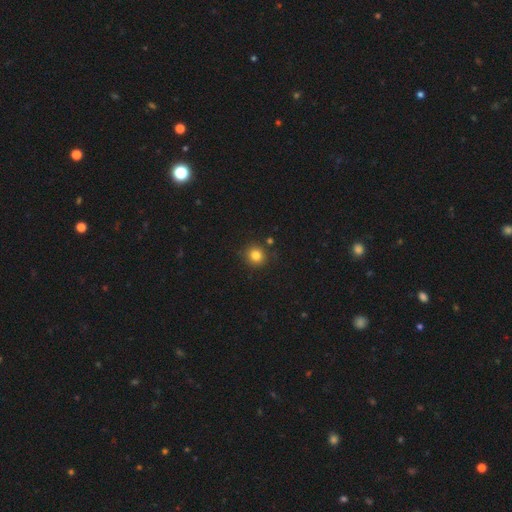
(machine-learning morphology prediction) This is clearly a smooth galaxy (82%). How rounded: clearly round (91%). Merging: clearly none (87%).